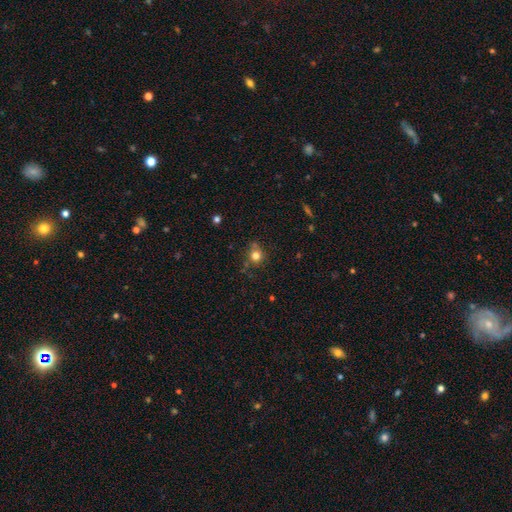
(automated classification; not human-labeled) This is likely a smooth galaxy (77%). How rounded: clearly round (87%). Merging: likely none (70%).